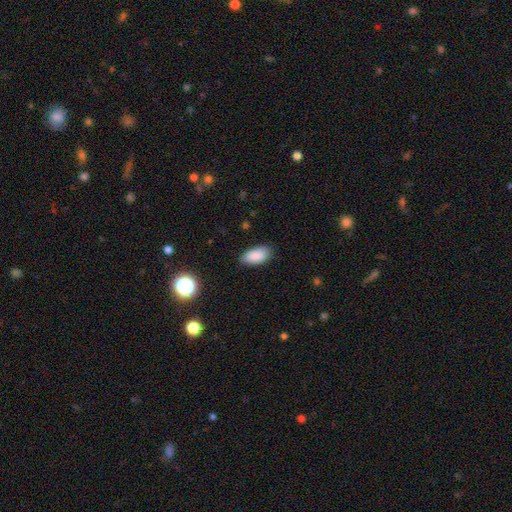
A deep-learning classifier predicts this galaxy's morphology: Q: Smooth or featured?
A: smooth (87%); runner-up: star or artifact (8%)
Q: How rounded?
A: in between (93%); runner-up: cigar-shaped (4%)
Q: Merging?
A: none (82%); runner-up: minor disturbance (14%)